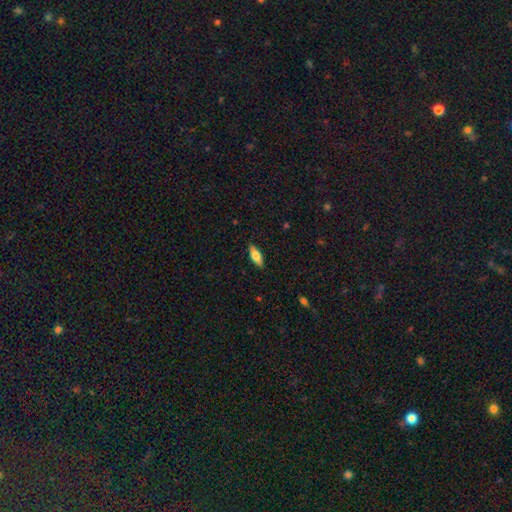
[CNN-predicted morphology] Overall: smooth (67%; featured or disk 27%). How rounded: in between (69%; cigar-shaped 29%). Merging: none (88%).